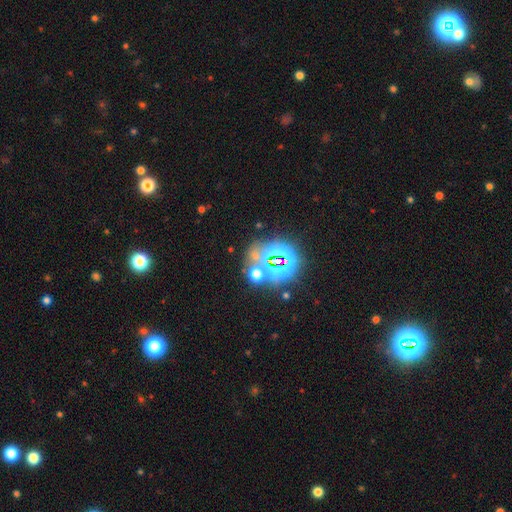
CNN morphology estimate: This appears to be a star or artifact, not a galaxy (68%).